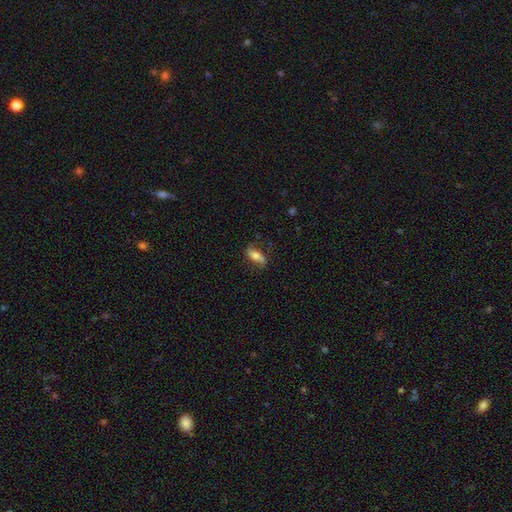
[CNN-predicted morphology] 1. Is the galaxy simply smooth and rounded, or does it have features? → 56% smooth, 36% featured or disk, 7% star or artifact.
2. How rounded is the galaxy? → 69% in between, 27% cigar-shaped, 4% round.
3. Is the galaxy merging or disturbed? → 71% none, 20% minor disturbance, 7% major disturbance, 2% merger.